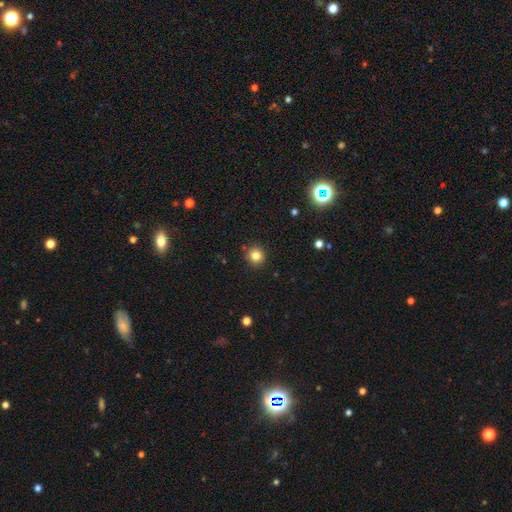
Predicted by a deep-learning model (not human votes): Smooth or featured? Predicted: smooth (p=0.81). How rounded? Predicted: round (p=0.94). Merging? Predicted: none (p=0.90).